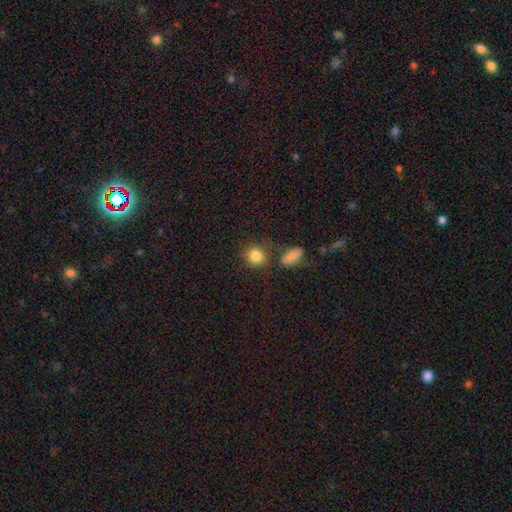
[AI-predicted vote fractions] This is clearly a smooth galaxy (84%). How rounded: clearly round (80%). Merging: likely none (68%).